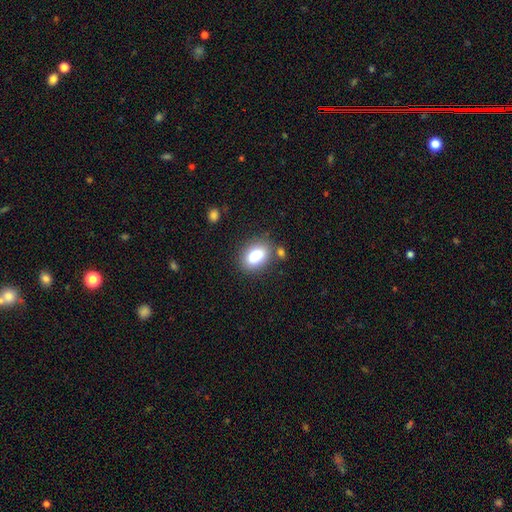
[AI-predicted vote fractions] Smooth or featured: smooth — 85% (star or artifact — 8%)
How rounded: in between — 85% (round — 13%)
Merging: none — 72% (minor disturbance — 15%)